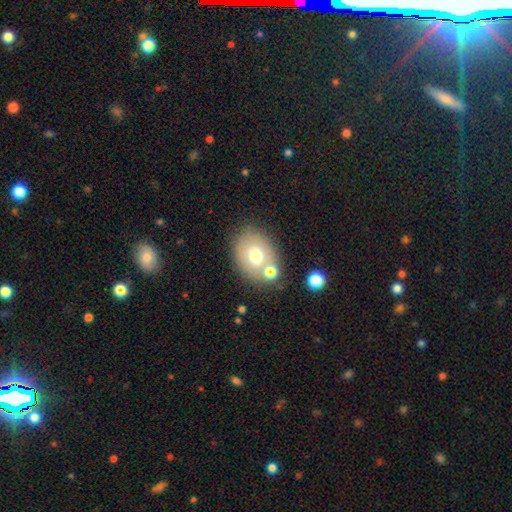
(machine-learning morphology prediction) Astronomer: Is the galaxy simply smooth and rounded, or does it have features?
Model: smooth — 65%.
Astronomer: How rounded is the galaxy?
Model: in between — 69%.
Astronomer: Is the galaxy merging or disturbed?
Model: none — 62%.